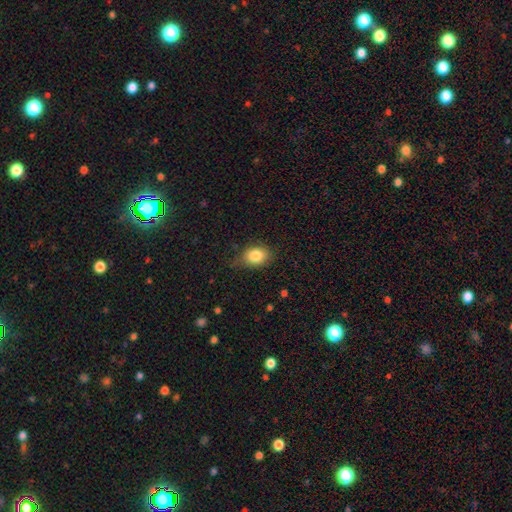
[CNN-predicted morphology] A smooth galaxy with no disk features (83%) that is in between round and cigar-shaped (65%). Merging: none (65%).